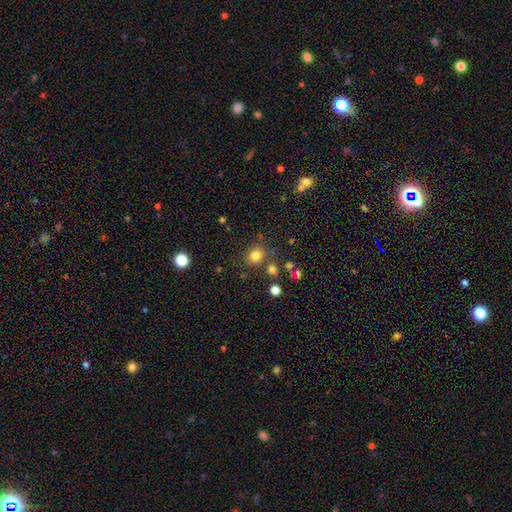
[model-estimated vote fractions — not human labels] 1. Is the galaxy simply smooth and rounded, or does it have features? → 79% smooth, 14% star or artifact, 6% featured or disk.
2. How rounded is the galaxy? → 71% round, 28% in between, 1% cigar-shaped.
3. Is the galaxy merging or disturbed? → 77% none, 11% minor disturbance, 8% merger, 4% major disturbance.